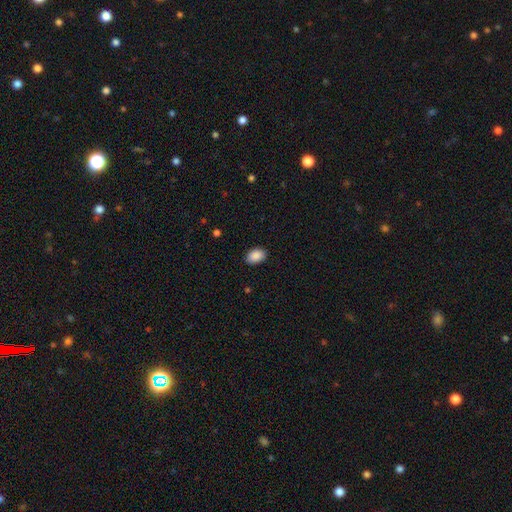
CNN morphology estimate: type=smooth (90%); roundness=in between (84%); merging=none (87%).